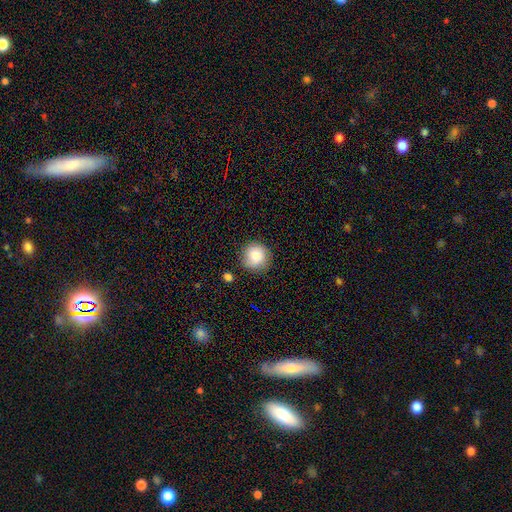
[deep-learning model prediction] A smooth galaxy with no disk features (82%) that is round (93%).

Vote fractions:
- Smooth or featured? smooth: 82% / star or artifact: 9% / featured or disk: 9%
- How rounded? round: 93% / in between: 6% / cigar-shaped: 1%
- Merging? none: 82% / minor disturbance: 12% / major disturbance: 3% / merger: 3%